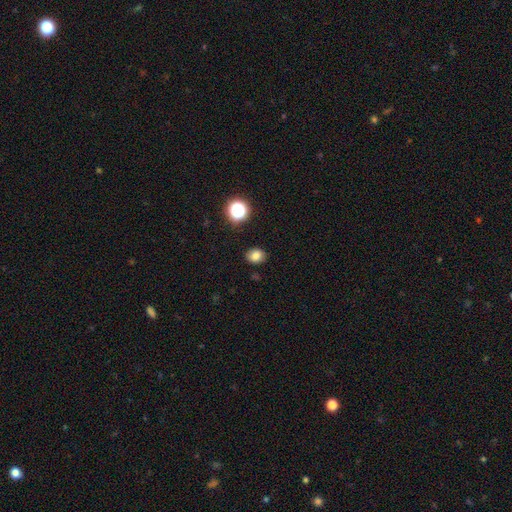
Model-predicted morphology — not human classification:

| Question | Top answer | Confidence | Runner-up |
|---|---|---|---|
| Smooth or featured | smooth | 80% | star or artifact (13%) |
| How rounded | round | 53% | in between (46%) |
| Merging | none | 87% | minor disturbance (9%) |